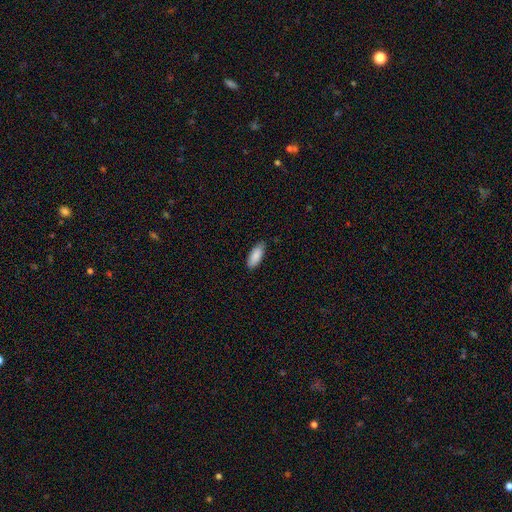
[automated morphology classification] smooth_or_featured: smooth (p=0.89) [alt: star or artifact p=0.06]
how_rounded: in between (p=0.82) [alt: cigar-shaped p=0.17]
merging: none (p=0.83) [alt: minor disturbance p=0.14]